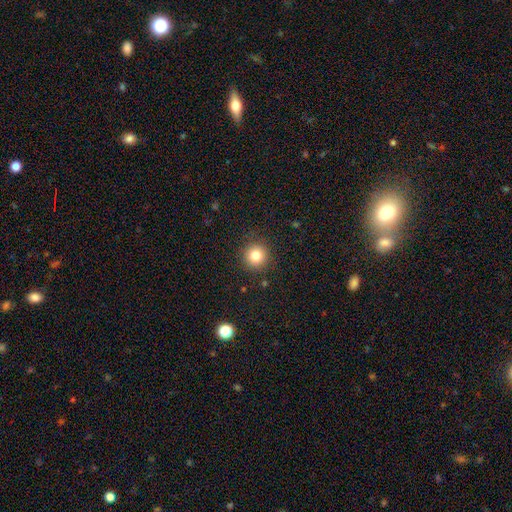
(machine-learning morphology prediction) A smooth galaxy with no disk features (82%) that is round (94%).

Vote fractions:
- Smooth or featured? smooth: 82% / star or artifact: 12% / featured or disk: 7%
- How rounded? round: 94% / in between: 5% / cigar-shaped: 1%
- Merging? none: 89% / minor disturbance: 7% / major disturbance: 3% / merger: 1%